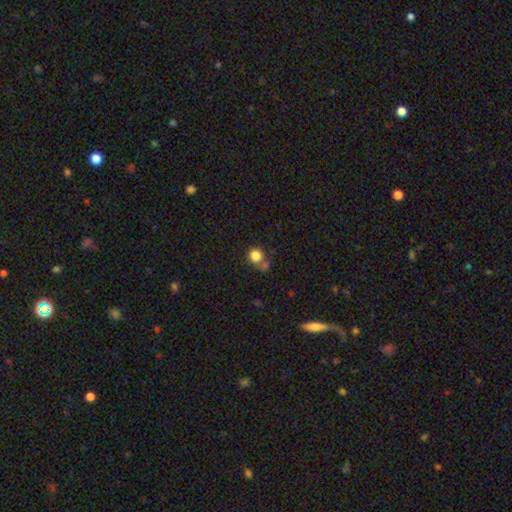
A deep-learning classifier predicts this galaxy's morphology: smooth-or-featured: smooth: 83% | star or artifact: 11% | featured or disk: 6%
  how-rounded: round: 89% | in between: 10% | cigar-shaped: 1%
  merging: none: 57% | merger: 26% | minor disturbance: 12% | major disturbance: 5%